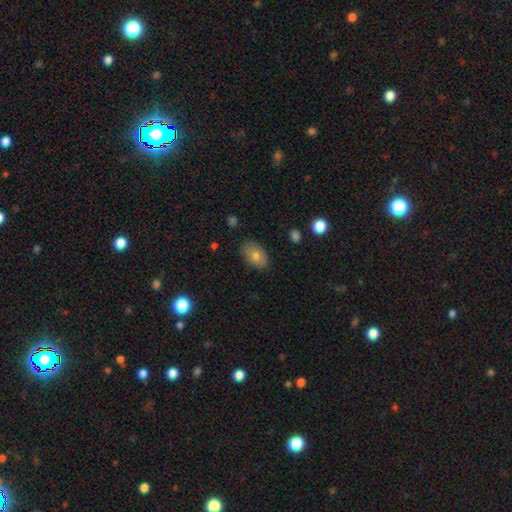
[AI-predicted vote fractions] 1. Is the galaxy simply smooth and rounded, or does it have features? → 73% smooth, 18% featured or disk, 8% star or artifact.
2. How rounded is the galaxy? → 88% in between, 11% round, 1% cigar-shaped.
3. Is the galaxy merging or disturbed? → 83% none, 13% minor disturbance, 3% major disturbance, 1% merger.